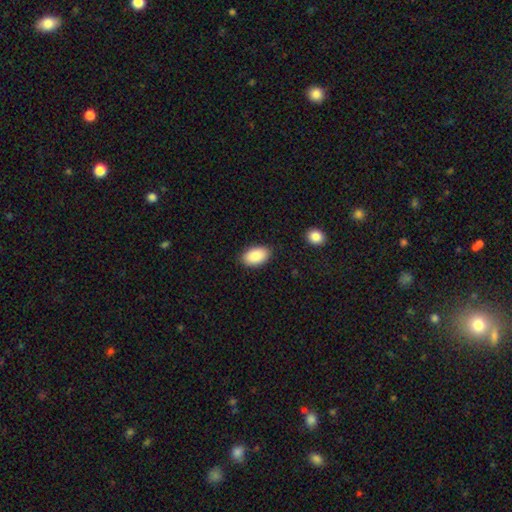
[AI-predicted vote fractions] This appears to be a smooth galaxy with no disk features (88%) that is in between round and cigar-shaped (93%). Merging: none (86%).